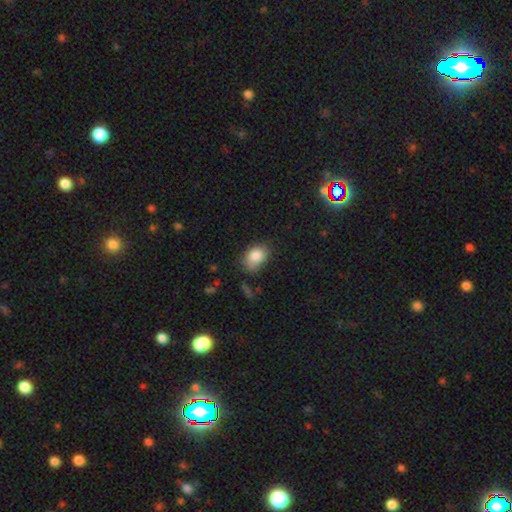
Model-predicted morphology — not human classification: smooth_or_featured: smooth (p=0.83) [alt: star or artifact p=0.09]
how_rounded: in between (p=0.77) [alt: round p=0.22]
merging: none (p=0.65) [alt: minor disturbance p=0.26]